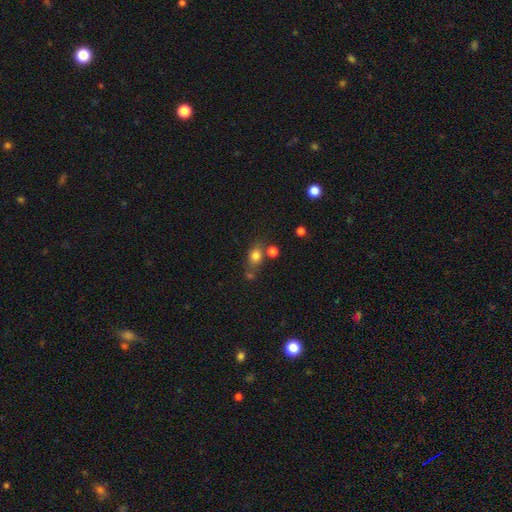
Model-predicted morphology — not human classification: A smooth galaxy with no disk features (78%) that is round (50%).

Vote fractions:
- Smooth or featured? smooth: 78% / star or artifact: 13% / featured or disk: 9%
- How rounded? round: 50% / in between: 48% / cigar-shaped: 3%
- Merging? none: 59% / merger: 19% / minor disturbance: 15% / major disturbance: 6%